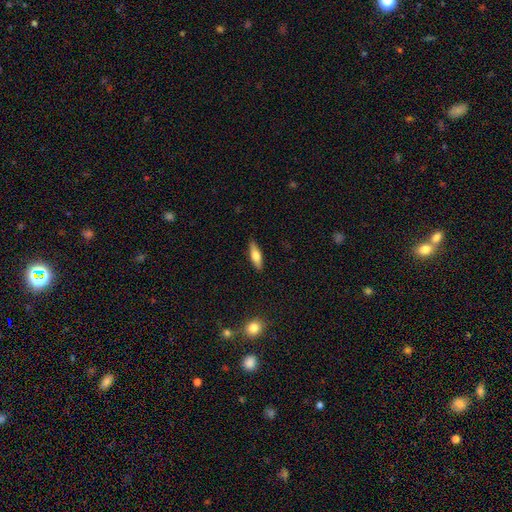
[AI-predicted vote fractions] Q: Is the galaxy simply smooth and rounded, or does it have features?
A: smooth — 61%.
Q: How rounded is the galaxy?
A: cigar-shaped — 52%.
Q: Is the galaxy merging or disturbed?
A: none — 88%.